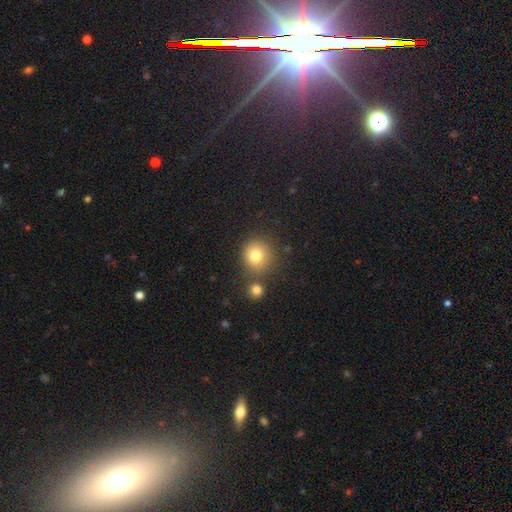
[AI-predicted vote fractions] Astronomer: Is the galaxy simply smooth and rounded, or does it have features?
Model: smooth — 80%.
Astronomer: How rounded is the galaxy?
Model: round — 90%.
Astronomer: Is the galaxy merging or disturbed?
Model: none — 74%.